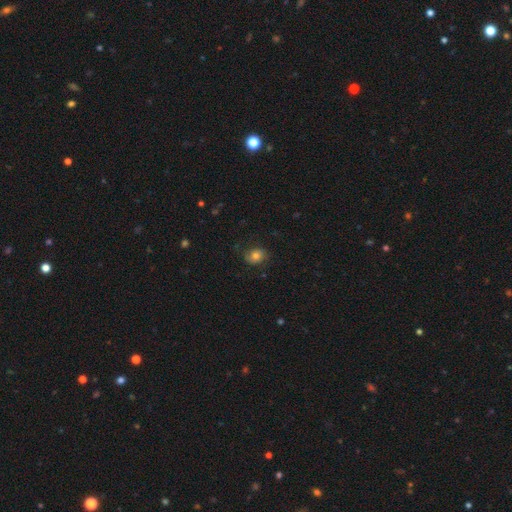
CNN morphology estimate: The model was most divided on "how rounded": round: 51%, in between: 48%, cigar-shaped: 1%. More confident: merging — none (75%); smooth or featured — smooth (69%).